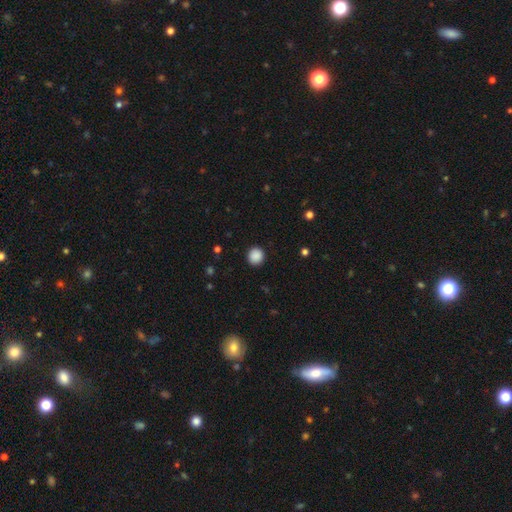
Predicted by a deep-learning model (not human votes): Smooth or featured?
  - smooth: 88% *
  - star or artifact: 9%
  - featured or disk: 2%
How rounded?
  - round: 92% *
  - in between: 7%
  - cigar-shaped: 1%
Merging?
  - none: 91% *
  - minor disturbance: 6%
  - major disturbance: 2%
  - merger: 1%